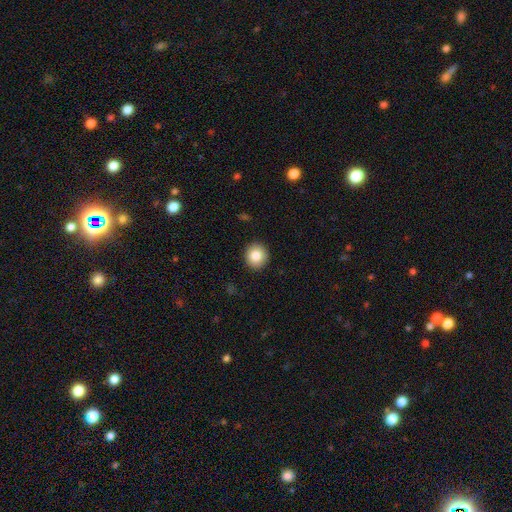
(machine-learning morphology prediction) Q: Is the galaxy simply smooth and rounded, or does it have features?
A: smooth — 84%.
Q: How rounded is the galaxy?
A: round — 90%.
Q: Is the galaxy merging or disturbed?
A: none — 92%.